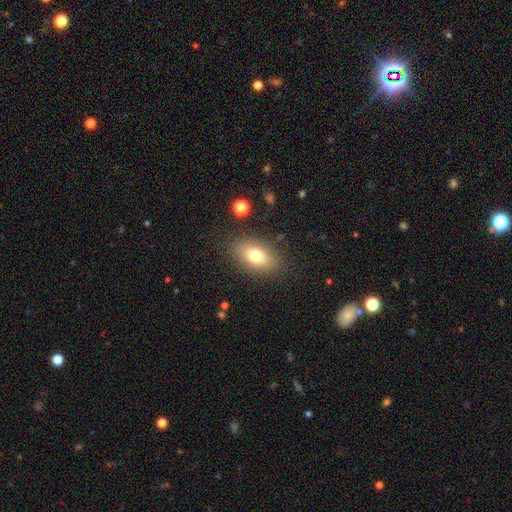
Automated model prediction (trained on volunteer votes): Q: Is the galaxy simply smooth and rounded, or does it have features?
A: smooth — 74%.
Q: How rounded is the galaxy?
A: in between — 87%.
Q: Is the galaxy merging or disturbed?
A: none — 84%.